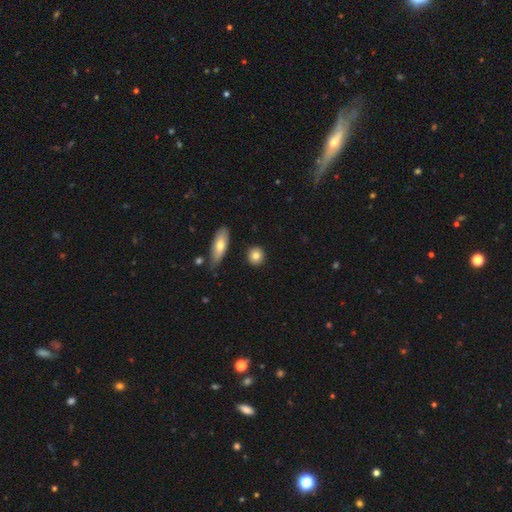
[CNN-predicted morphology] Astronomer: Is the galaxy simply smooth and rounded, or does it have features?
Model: smooth — 81%.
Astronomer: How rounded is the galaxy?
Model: round — 83%.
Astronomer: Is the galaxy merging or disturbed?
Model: none — 86%.